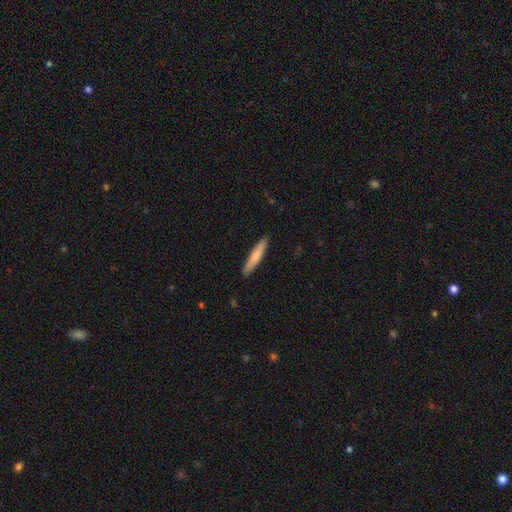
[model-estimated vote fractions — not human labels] A smooth galaxy with no disk features (69%) that is cigar-shaped (91%).

Vote fractions:
- Smooth or featured? smooth: 69% / featured or disk: 26% / star or artifact: 5%
- How rounded? cigar-shaped: 91% / in between: 7% / round: 1%
- Merging? none: 91% / minor disturbance: 7% / major disturbance: 1% / merger: 1%